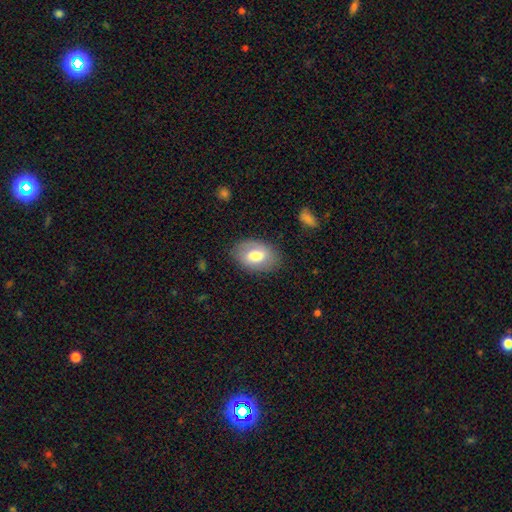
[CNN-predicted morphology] This appears to be a smooth galaxy with no disk features (67%) that is in between round and cigar-shaped (86%). Merging: none (80%).